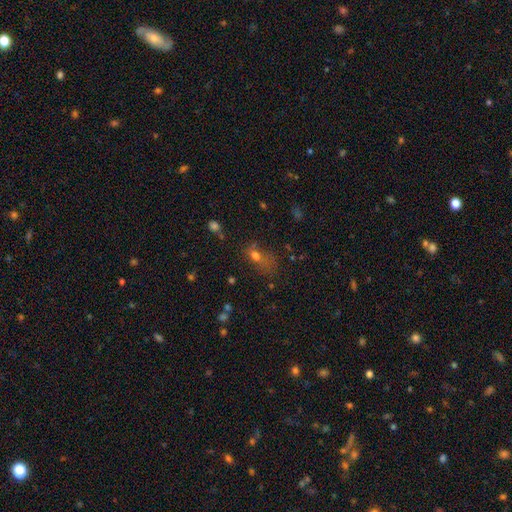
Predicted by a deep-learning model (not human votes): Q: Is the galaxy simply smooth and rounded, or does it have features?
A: smooth — 67%.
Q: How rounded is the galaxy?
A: in between — 66%.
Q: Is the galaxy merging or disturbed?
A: none — 33%.